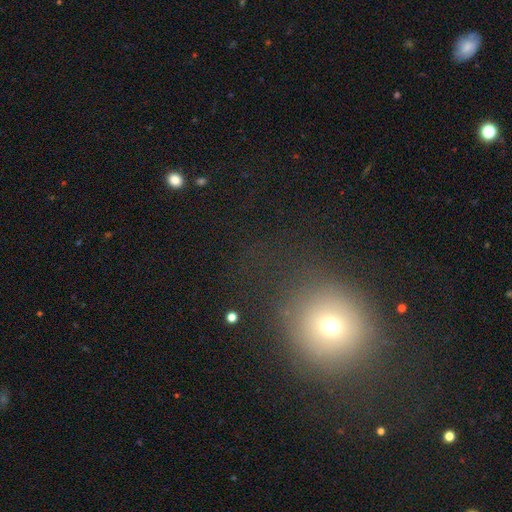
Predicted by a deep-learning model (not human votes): Overall: smooth (54%; star or artifact 33%). How rounded: round (89%). Merging: none (76%).